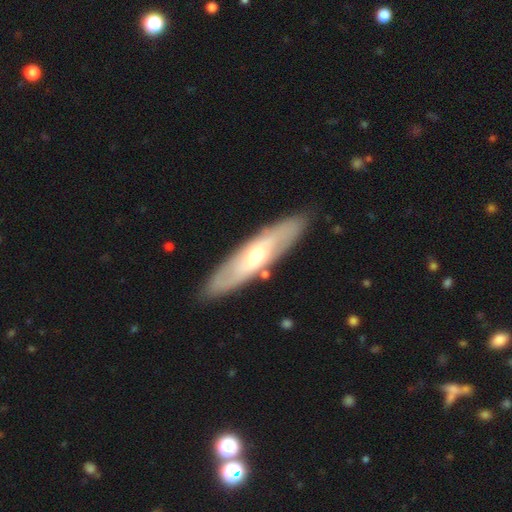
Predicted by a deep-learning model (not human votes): This appears to be a featured or disk galaxy (60%). Merging: none (87%).